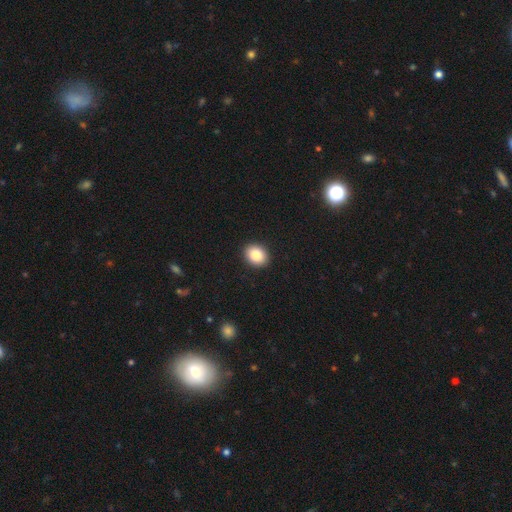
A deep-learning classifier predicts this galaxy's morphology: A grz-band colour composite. It shows a smooth galaxy with no disk features (84%) that is in between round and cigar-shaped (50%). Merging: none (92%).